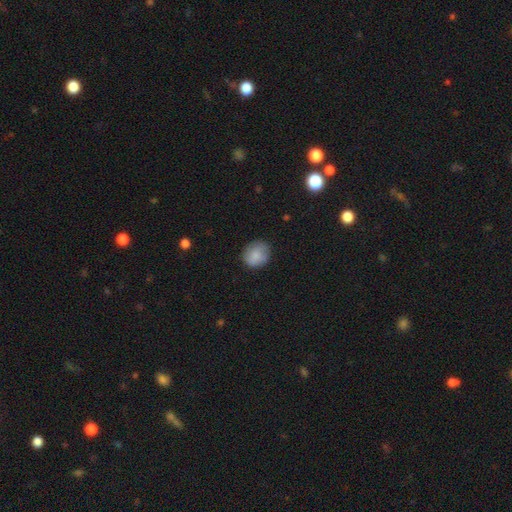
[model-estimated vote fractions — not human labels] This is clearly a smooth galaxy (82%). How rounded: likely round (79%). Merging: likely none (79%).